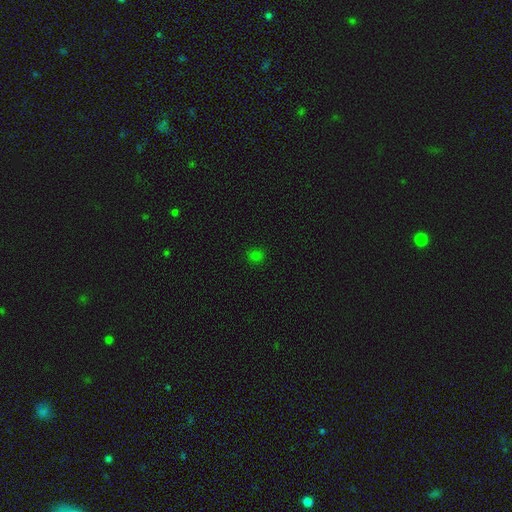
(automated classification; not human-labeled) The model was most divided on "smooth or featured": smooth: 75%, star or artifact: 21%, featured or disk: 4%. More confident: merging — none (89%); how rounded — round (86%).